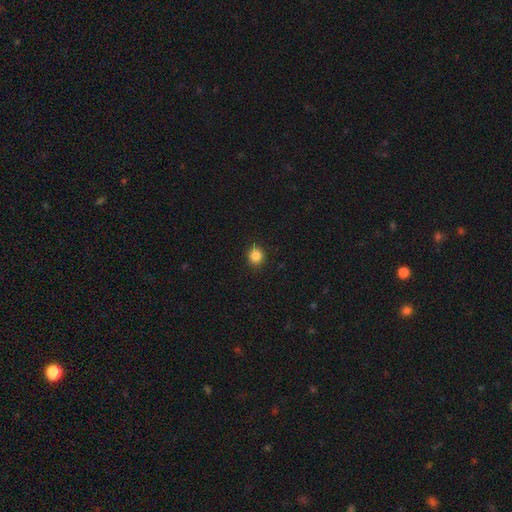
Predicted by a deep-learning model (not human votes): Smooth or featured? Predicted: smooth (p=0.85). How rounded? Predicted: round (p=0.86). Merging? Predicted: none (p=0.89).